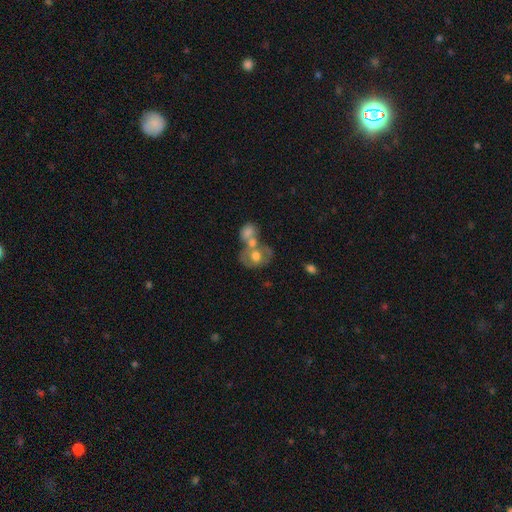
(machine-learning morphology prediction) Q: Smooth or featured?
A: smooth (48%); runner-up: featured or disk (43%)
Q: Merging?
A: merger (58%); runner-up: none (23%)